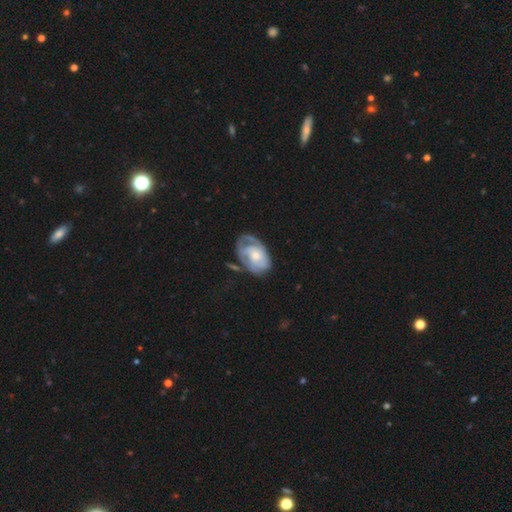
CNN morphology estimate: smooth_or_featured: featured or disk (p=0.69) [alt: smooth p=0.25]
disk_edge_on: no (p=0.97) [alt: yes p=0.03]
bar: no (p=0.76) [alt: weak p=0.21]
has_spiral_arms: yes (p=0.82) [alt: no p=0.18]
spiral_winding: tight (p=0.55) [alt: medium p=0.32]
spiral_arm_count: can't tell (p=0.43) [alt: 2 p=0.23]
bulge_size: moderate (p=0.53) [alt: small p=0.35]
merging: none (p=0.50) [alt: minor disturbance p=0.27]